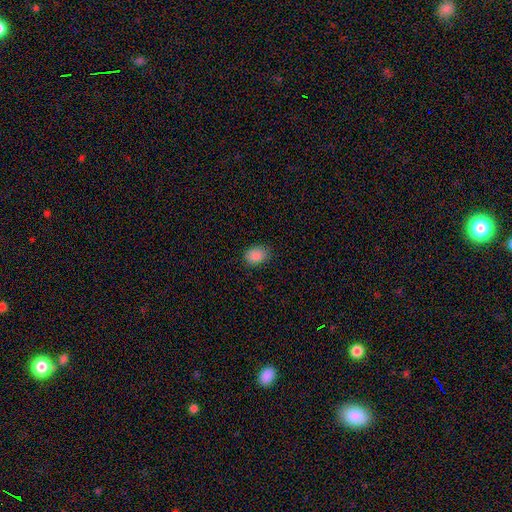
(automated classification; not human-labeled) smooth_or_featured: smooth (p=0.89) [alt: star or artifact p=0.08]
how_rounded: in between (p=0.73) [alt: round p=0.26]
merging: none (p=0.84) [alt: minor disturbance p=0.12]